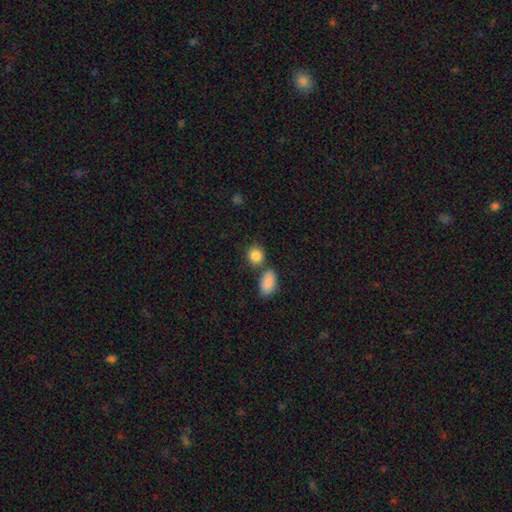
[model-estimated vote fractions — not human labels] Smooth or featured: smooth — 87% (star or artifact — 8%)
How rounded: round — 68% (in between — 30%)
Merging: none — 64% (merger — 22%)